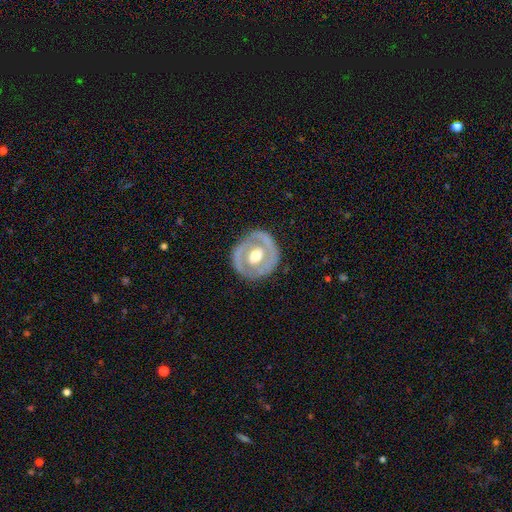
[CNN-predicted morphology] Overall: featured or disk (68%). Edge-on disk: no (95%). Bar: no (59%; weak 29%). Spiral arms: no (70%; yes 30%). Bulge size: moderate (69%). Merging: none (81%).